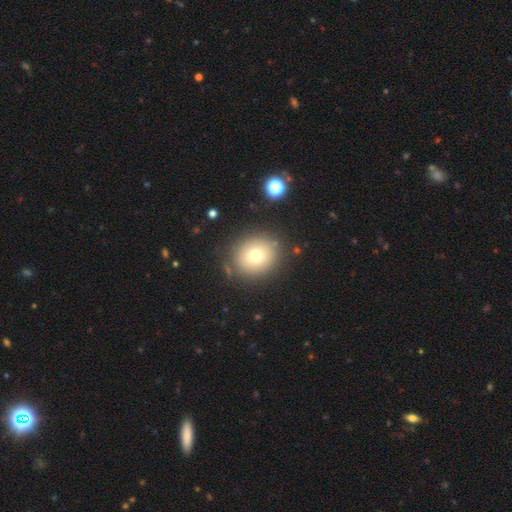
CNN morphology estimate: Smooth or featured? smooth (72%)
How rounded? round (85%)
Merging? none (84%)